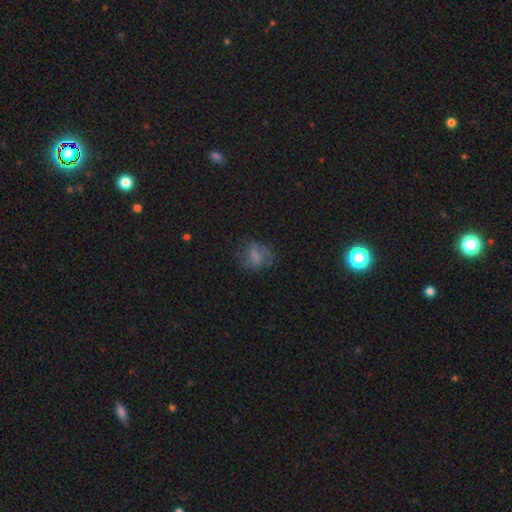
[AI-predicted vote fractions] Overall: smooth (53%; featured or disk 32%). How rounded: round (51%; in between 47%). Merging: none (54%; minor disturbance 23%).